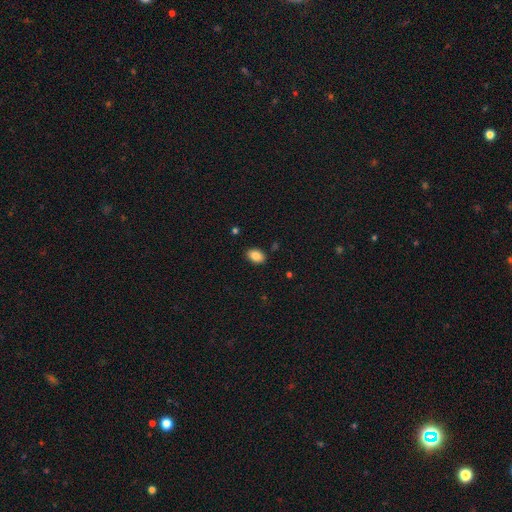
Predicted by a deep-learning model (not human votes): smooth-or-featured: smooth: 86% | star or artifact: 8% | featured or disk: 6%
  how-rounded: in between: 84% | round: 15% | cigar-shaped: 1%
  merging: none: 87% | minor disturbance: 9% | major disturbance: 2% | merger: 1%